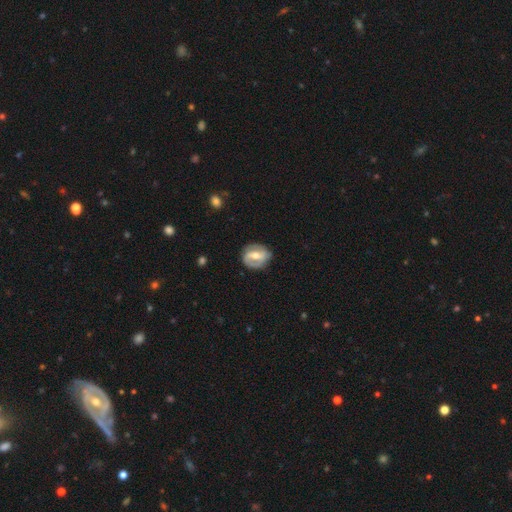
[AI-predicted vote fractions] Smooth or featured? Predicted: featured or disk (p=0.70). Edge-on disk? Predicted: no (p=0.96). Bar? Predicted: weak (p=0.44). Spiral arms? Predicted: yes (p=0.80). Spiral winding? Predicted: medium (p=0.42). Spiral arm count? Predicted: 2 (p=0.79). Bulge size? Predicted: moderate (p=0.64). Merging? Predicted: none (p=0.76).